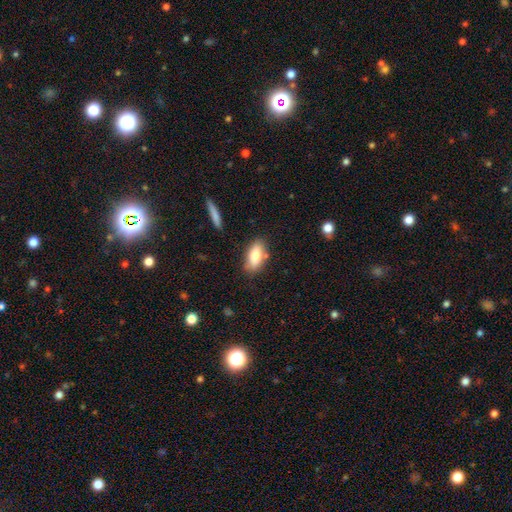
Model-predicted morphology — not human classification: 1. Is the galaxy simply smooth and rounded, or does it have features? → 77% smooth, 16% featured or disk, 7% star or artifact.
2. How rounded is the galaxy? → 86% in between, 11% cigar-shaped, 3% round.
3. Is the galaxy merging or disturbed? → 77% none, 14% minor disturbance, 5% merger, 3% major disturbance.